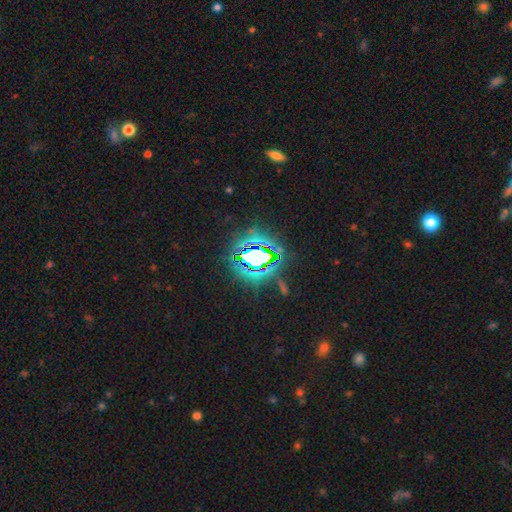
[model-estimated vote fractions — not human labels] A star or artifact, not a galaxy (77%).

Vote fractions:
- Smooth or featured? star or artifact: 77% / smooth: 13% / featured or disk: 10%